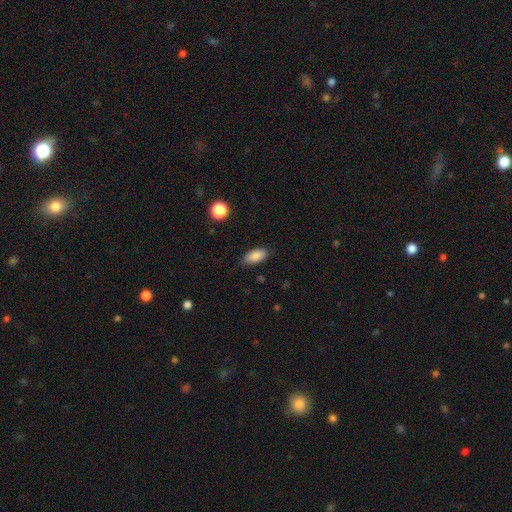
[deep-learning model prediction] Q: Smooth or featured?
A: smooth (88%); runner-up: star or artifact (7%)
Q: How rounded?
A: in between (91%); runner-up: cigar-shaped (6%)
Q: Merging?
A: none (83%); runner-up: minor disturbance (13%)